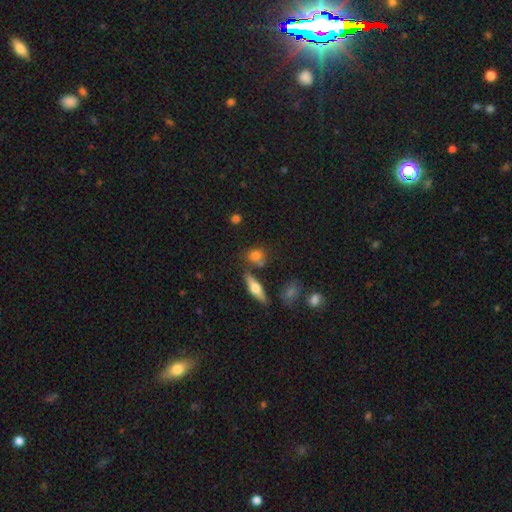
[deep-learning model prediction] Morphology: type=smooth (74%); roundness=round (51%); merging=none (65%).